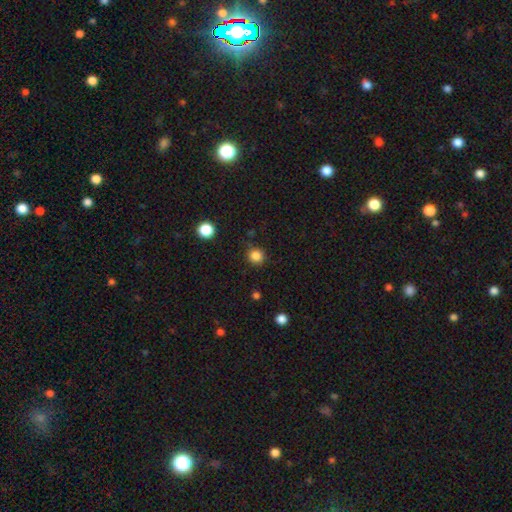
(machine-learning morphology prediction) smooth-or-featured: smooth: 85% | star or artifact: 12% | featured or disk: 3%
  how-rounded: round: 92% | in between: 7% | cigar-shaped: 1%
  merging: none: 85% | minor disturbance: 10% | major disturbance: 3% | merger: 2%